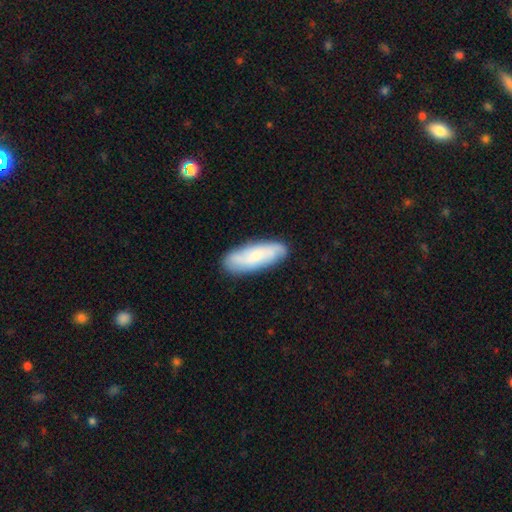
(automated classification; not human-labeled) smooth-or-featured: smooth: 50% | featured or disk: 44% | star or artifact: 7%
  merging: none: 83% | minor disturbance: 13% | major disturbance: 3% | merger: 1%